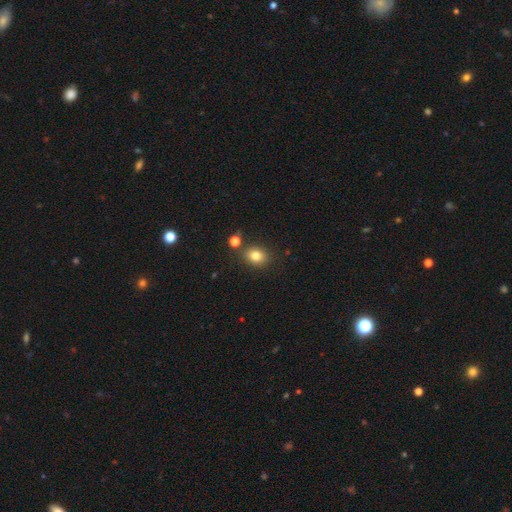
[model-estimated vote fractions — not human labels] This appears to be a smooth galaxy with no disk features (80%) that is round (55%). Merging: none (78%).